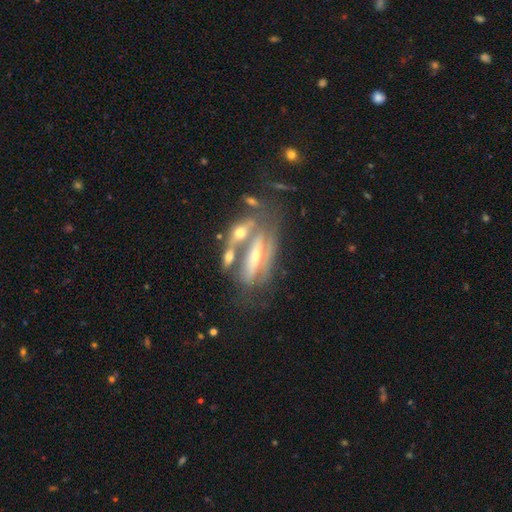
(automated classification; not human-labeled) featured or disk 73%, smooth 19%, star or artifact 8%. Down the decision tree: edge-on disk — no (71%); bar — strong (42%); spiral arms — yes (59%); bulge size — small (46%); merging — merger (43%).